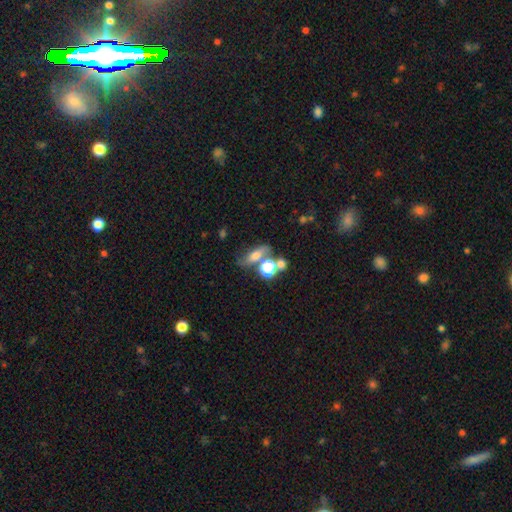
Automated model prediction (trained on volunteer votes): A smooth galaxy with no disk features (55%) that is in between round and cigar-shaped (54%).

Vote fractions:
- Smooth or featured? smooth: 55% / featured or disk: 27% / star or artifact: 18%
- How rounded? in between: 54% / round: 23% / cigar-shaped: 23%
- Merging? none: 53% / merger: 22% / minor disturbance: 16% / major disturbance: 9%